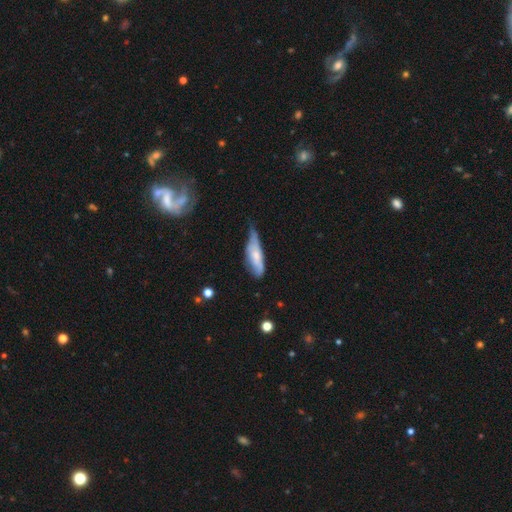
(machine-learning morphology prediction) Q: Smooth or featured?
A: smooth (58%); runner-up: featured or disk (36%)
Q: How rounded?
A: in between (53%); runner-up: cigar-shaped (45%)
Q: Merging?
A: minor disturbance (48%); runner-up: none (30%)